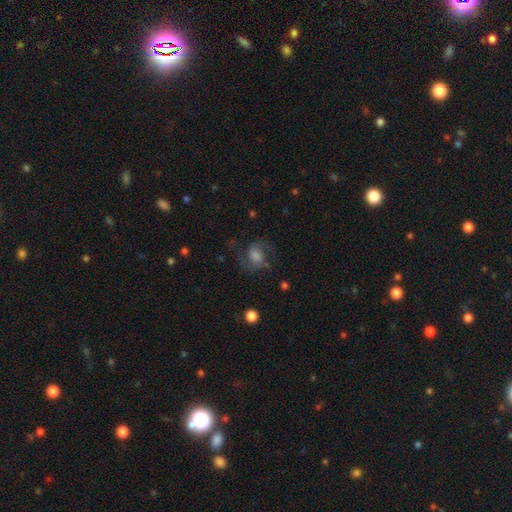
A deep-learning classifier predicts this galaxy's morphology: A featured or disk galaxy (69%) with no bar (45%), 2 (87%) medium (55%) spiral arms (94%) and a moderate central bulge (32%). Merging: none (68%).